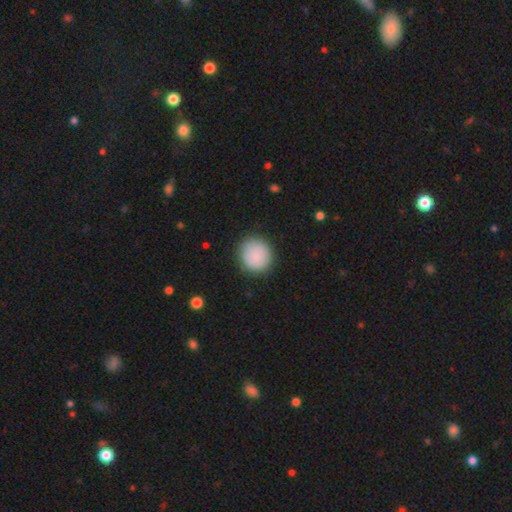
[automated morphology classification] Smooth or featured: smooth — 88% (star or artifact — 7%)
How rounded: round — 88% (in between — 11%)
Merging: none — 87% (minor disturbance — 9%)